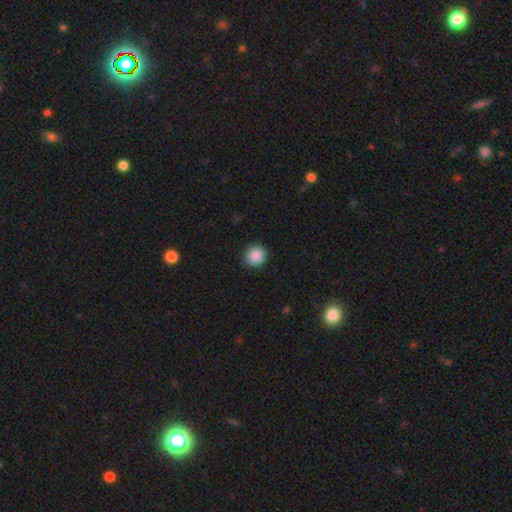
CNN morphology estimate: Smooth or featured? smooth (88%)
How rounded? round (94%)
Merging? none (91%)